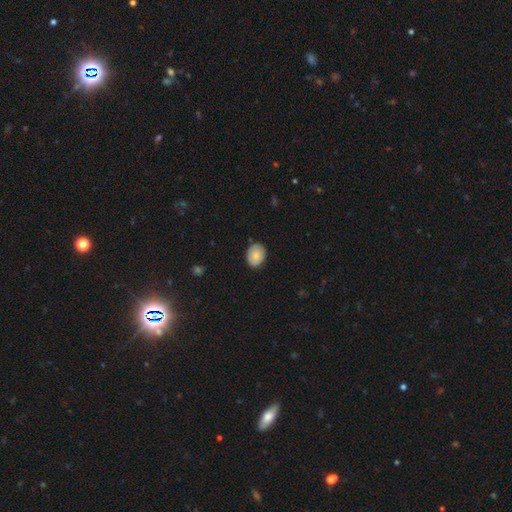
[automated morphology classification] Q: Smooth or featured?
A: smooth (79%); runner-up: featured or disk (14%)
Q: How rounded?
A: in between (63%); runner-up: round (36%)
Q: Merging?
A: none (84%); runner-up: minor disturbance (13%)